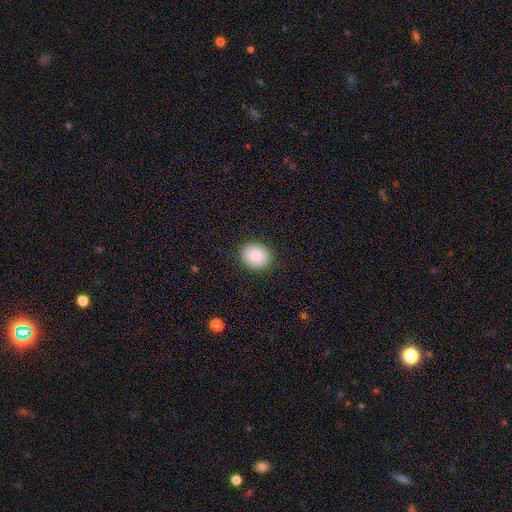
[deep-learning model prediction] Smooth or featured? smooth (87%)
How rounded? round (60%)
Merging? none (89%)